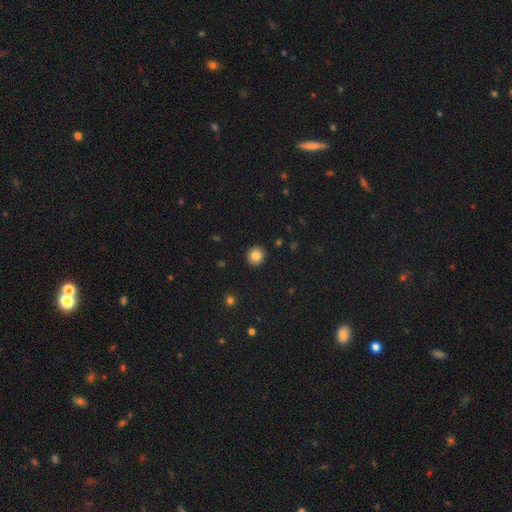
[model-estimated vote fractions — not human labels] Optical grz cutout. It shows a smooth galaxy with no disk features (83%) that is round (89%). Merging: none (93%).